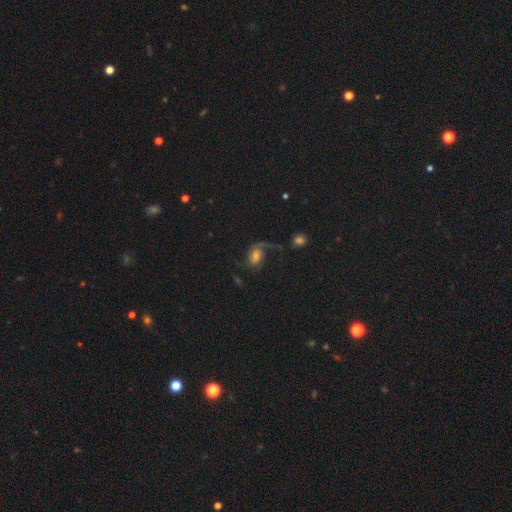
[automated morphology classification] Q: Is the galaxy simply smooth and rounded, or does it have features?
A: featured or disk — 62%.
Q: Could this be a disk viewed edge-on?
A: no — 97%.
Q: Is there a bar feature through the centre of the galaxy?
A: no — 53%.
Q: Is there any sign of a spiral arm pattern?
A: yes — 89%.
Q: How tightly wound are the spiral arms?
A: loose — 59%.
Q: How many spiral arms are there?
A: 2 — 52%.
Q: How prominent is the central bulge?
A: moderate — 44%.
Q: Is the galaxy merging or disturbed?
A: none — 41%.